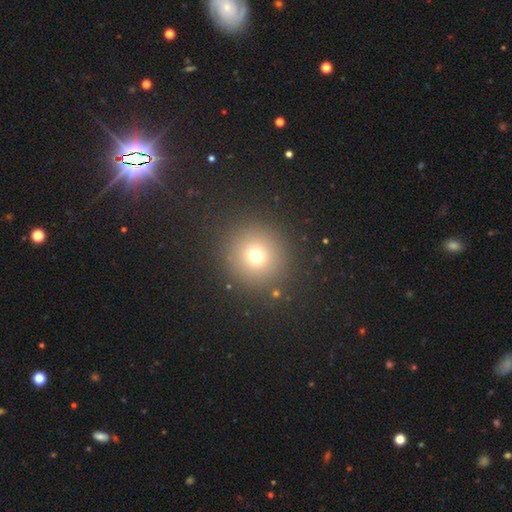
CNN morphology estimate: Overall: smooth (71%). How rounded: round (94%). Merging: none (88%).